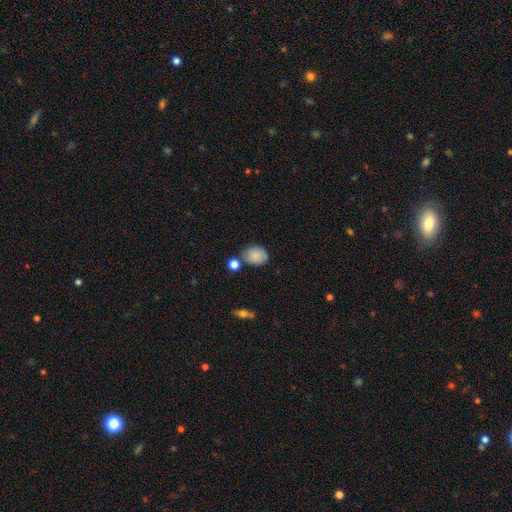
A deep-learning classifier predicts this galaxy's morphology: type=smooth (84%); roundness=in between (58%); merging=none (67%).